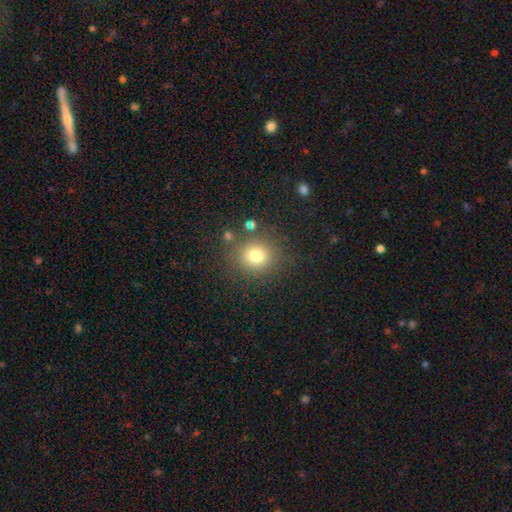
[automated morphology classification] This is likely a smooth galaxy (77%). How rounded: clearly round (86%). Merging: clearly none (84%).